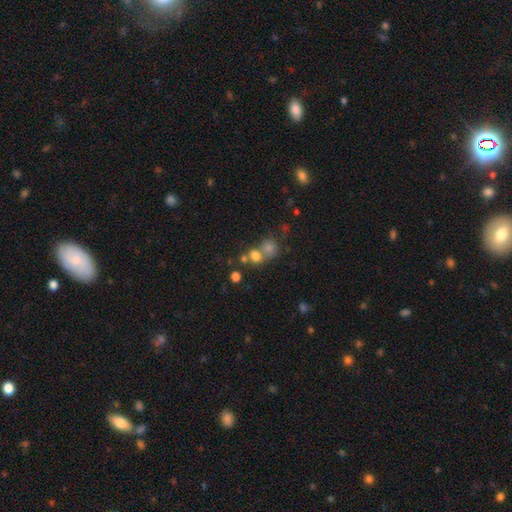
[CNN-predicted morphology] The model was most divided on "merging": merger: 50%, none: 37%, minor disturbance: 8%, major disturbance: 5%. More confident: smooth or featured — smooth (72%); how rounded — round (69%).